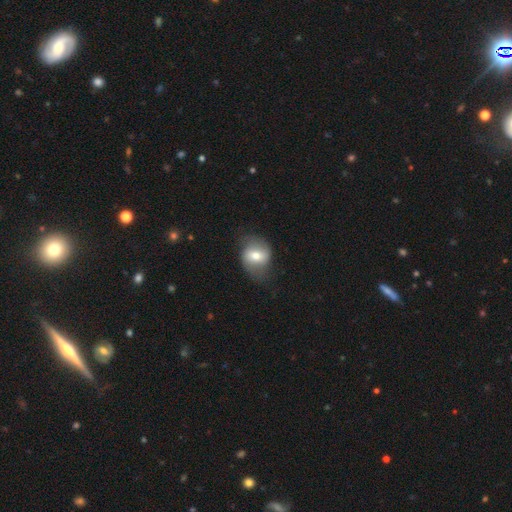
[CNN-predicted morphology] smooth 54%, featured or disk 38%, star or artifact 7%. Down the decision tree: how rounded — in between (50%); merging — none (61%).